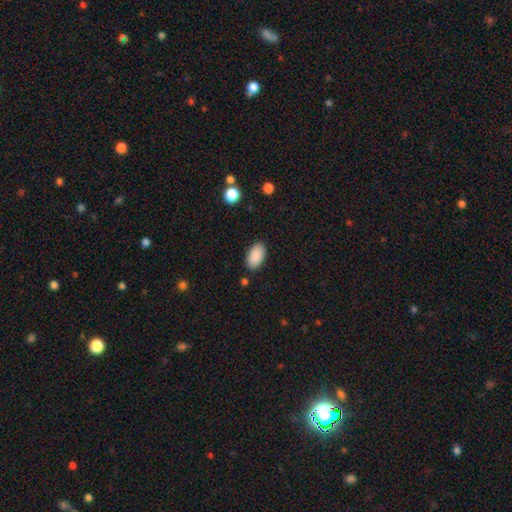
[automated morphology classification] Overall: smooth (90%). How rounded: in between (95%). Merging: none (87%).